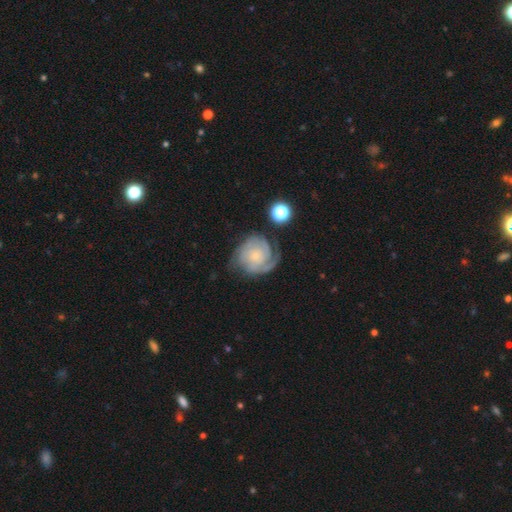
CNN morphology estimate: This is clearly a featured or disk galaxy (82%). It is clearly not viewed edge-on (98%). Bar: likely no (79%). Spiral arm pattern: clearly yes (96%). Spiral arm count: marginally 2 (37%). Spiral winding: likely tight (66%). Central bulge: likely small (80%). Merging: likely none (63%).